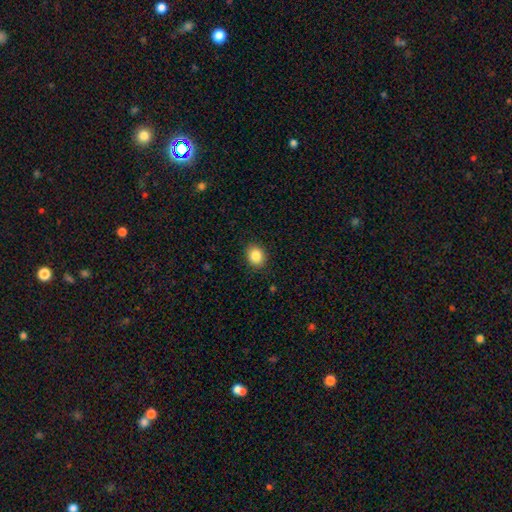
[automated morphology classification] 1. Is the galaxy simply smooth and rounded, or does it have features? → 86% smooth, 9% star or artifact, 5% featured or disk.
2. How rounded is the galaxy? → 60% round, 39% in between, 1% cigar-shaped.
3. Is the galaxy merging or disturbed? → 89% none, 8% minor disturbance, 2% major disturbance, 1% merger.